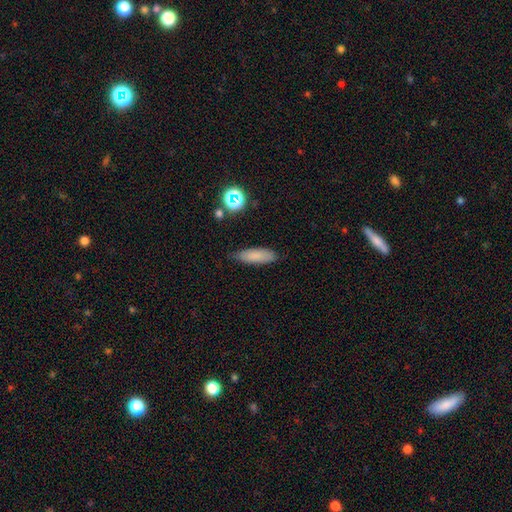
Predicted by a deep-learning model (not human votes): smooth_or_featured: smooth (p=0.81) [alt: star or artifact p=0.10]
how_rounded: in between (p=0.51) [alt: cigar-shaped p=0.47]
merging: none (p=0.80) [alt: minor disturbance p=0.16]